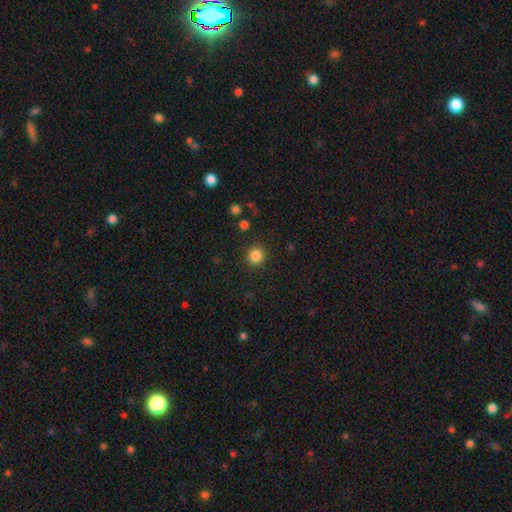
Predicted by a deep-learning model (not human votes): smooth 85%, star or artifact 11%, featured or disk 4%. Down the decision tree: how rounded — round (88%); merging — none (90%).